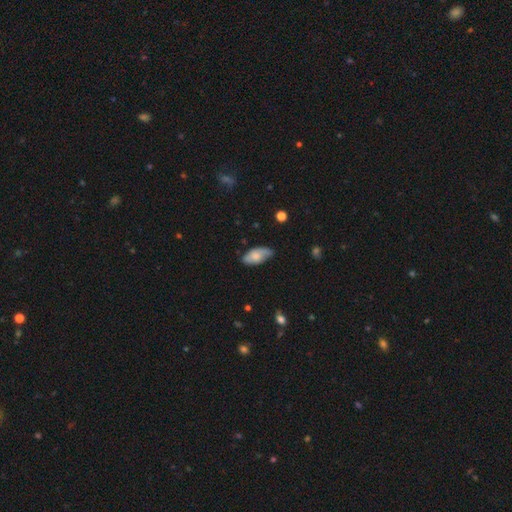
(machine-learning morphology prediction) Smooth or featured? Predicted: smooth (p=0.68). How rounded? Predicted: in between (p=0.91). Merging? Predicted: none (p=0.64).